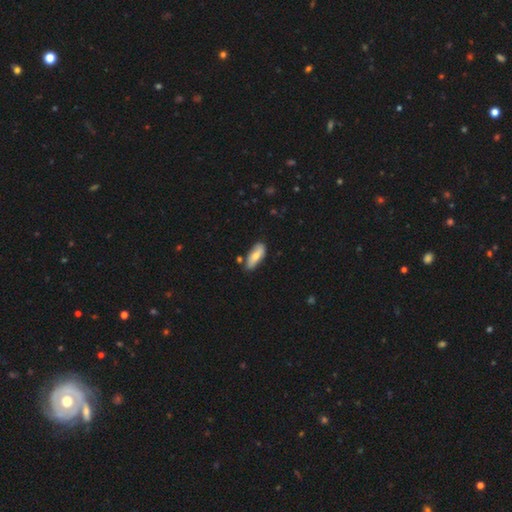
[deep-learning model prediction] A smooth galaxy with no disk features (69%) that is in between round and cigar-shaped (75%). Merging: none (73%).